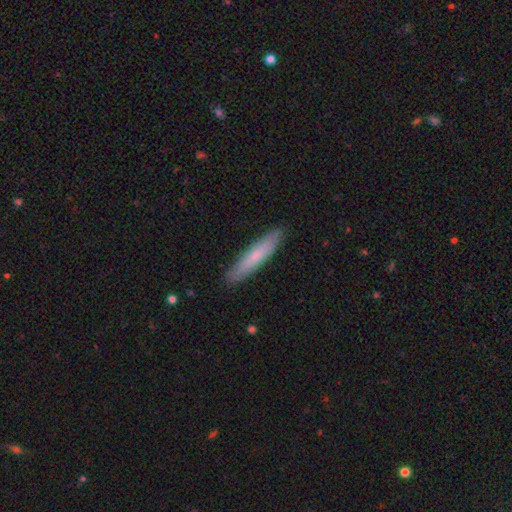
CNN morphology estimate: This appears to be a smooth galaxy with no disk features (68%) that is cigar-shaped (90%). Merging: none (90%).